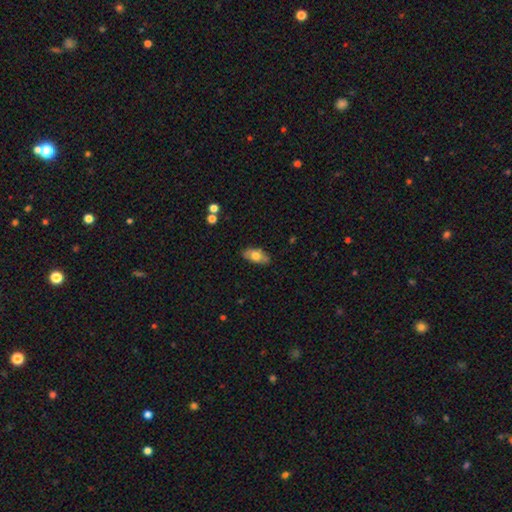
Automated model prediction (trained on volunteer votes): smooth 67%, featured or disk 27%, star or artifact 7%. Down the decision tree: how rounded — in between (91%); merging — none (84%).